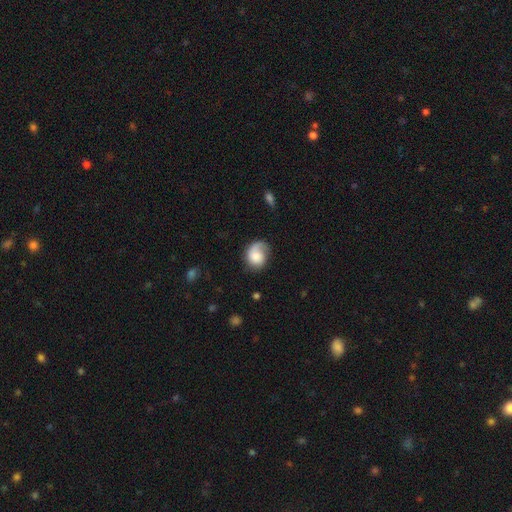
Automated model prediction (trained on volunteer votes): A smooth galaxy with no disk features (53%) that is round (57%).

Vote fractions:
- Smooth or featured? smooth: 53% / featured or disk: 40% / star or artifact: 8%
- How rounded? round: 57% / in between: 42% / cigar-shaped: 1%
- Merging? none: 54% / minor disturbance: 25% / major disturbance: 19% / merger: 2%